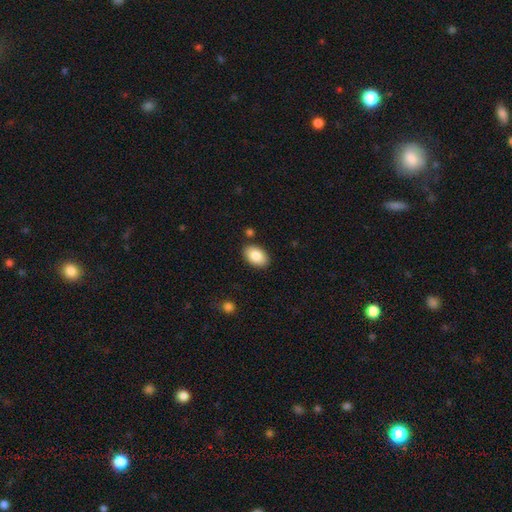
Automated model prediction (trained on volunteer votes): smooth-or-featured: smooth: 85% | featured or disk: 8% | star or artifact: 7%
  how-rounded: in between: 92% | round: 7% | cigar-shaped: 1%
  merging: none: 87% | minor disturbance: 9% | merger: 2% | major disturbance: 2%